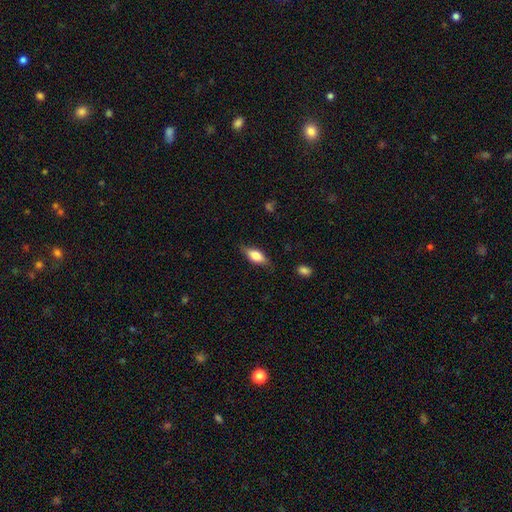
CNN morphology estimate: Q: Smooth or featured?
A: smooth (69%); runner-up: featured or disk (24%)
Q: How rounded?
A: in between (76%); runner-up: cigar-shaped (21%)
Q: Merging?
A: none (77%); runner-up: minor disturbance (17%)